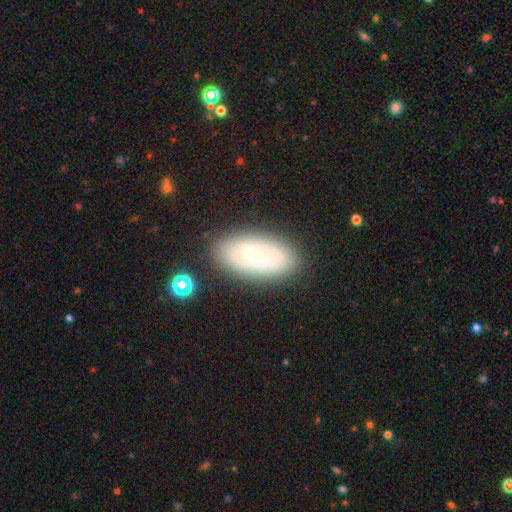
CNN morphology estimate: Smooth or featured?
  - featured or disk: 53% *
  - smooth: 39%
  - star or artifact: 8%
Edge-on disk?
  - no: 89% *
  - yes: 11%
Merging?
  - none: 79% *
  - minor disturbance: 14%
  - major disturbance: 4%
  - merger: 3%